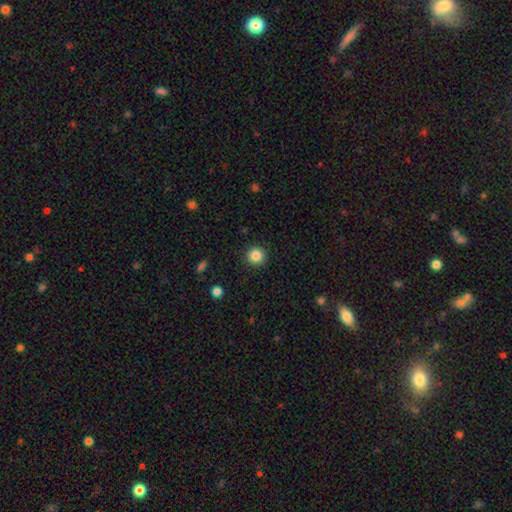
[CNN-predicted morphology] type=smooth (85%); roundness=round (95%); merging=none (92%).